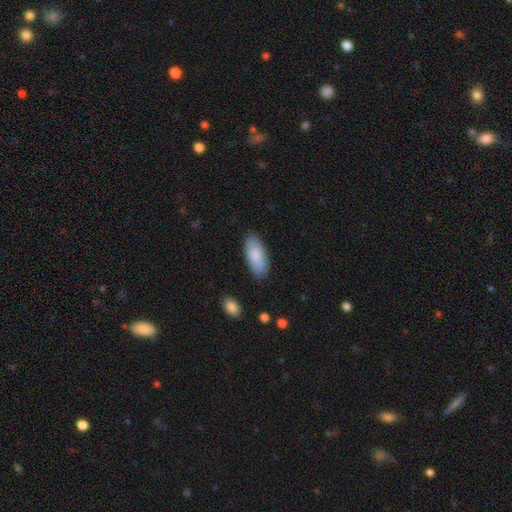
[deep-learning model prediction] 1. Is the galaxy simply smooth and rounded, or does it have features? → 85% smooth, 9% featured or disk, 6% star or artifact.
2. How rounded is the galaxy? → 87% in between, 12% cigar-shaped, 2% round.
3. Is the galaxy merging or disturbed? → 84% none, 12% minor disturbance, 2% major disturbance, 1% merger.